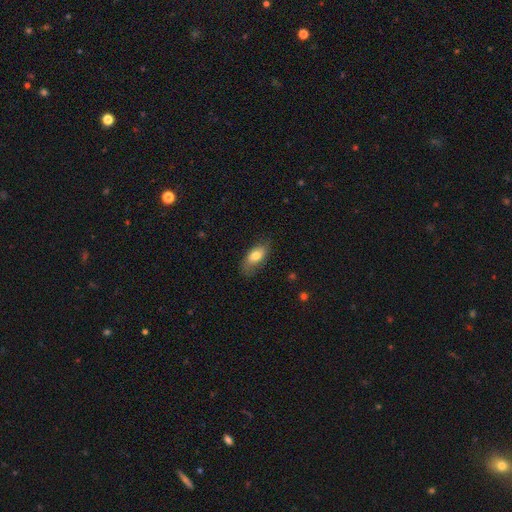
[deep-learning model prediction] A smooth galaxy with no disk features (74%) that is in between round and cigar-shaped (88%).

Vote fractions:
- Smooth or featured? smooth: 74% / featured or disk: 19% / star or artifact: 7%
- How rounded? in between: 88% / cigar-shaped: 8% / round: 4%
- Merging? none: 72% / minor disturbance: 21% / major disturbance: 6% / merger: 1%